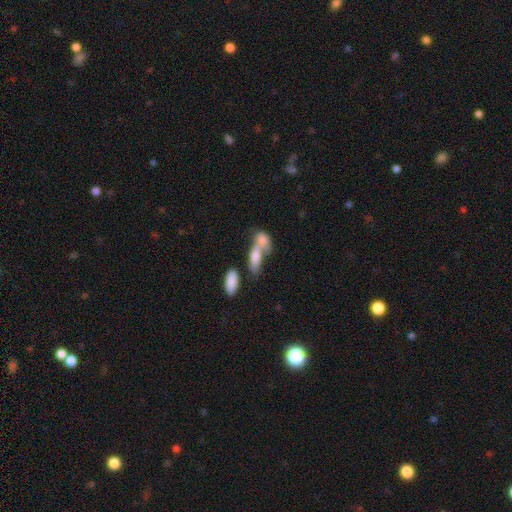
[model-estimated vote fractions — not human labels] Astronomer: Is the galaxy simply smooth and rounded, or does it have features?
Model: smooth — 71%.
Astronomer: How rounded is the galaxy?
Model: in between — 74%.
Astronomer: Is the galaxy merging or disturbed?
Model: merger — 65%.